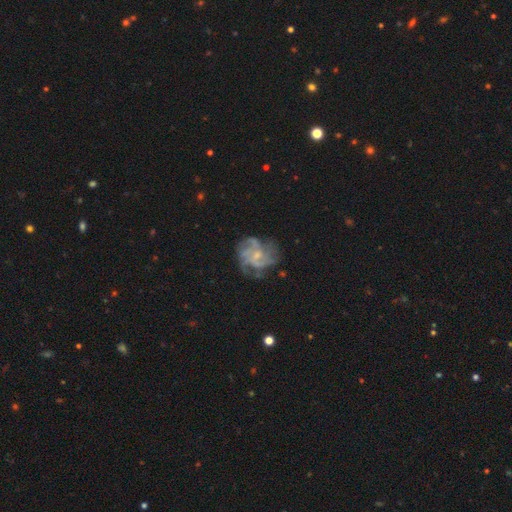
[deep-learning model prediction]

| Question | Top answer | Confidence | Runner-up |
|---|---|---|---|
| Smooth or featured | featured or disk | 79% | smooth (12%) |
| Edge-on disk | no | 98% | yes (2%) |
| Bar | no | 63% | weak (32%) |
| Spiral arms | yes | 89% | no (11%) |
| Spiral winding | medium | 45% | tight (35%) |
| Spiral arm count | can't tell | 29% | 4 (26%) |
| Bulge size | small | 56% | moderate (29%) |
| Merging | none | 61% | minor disturbance (21%) |